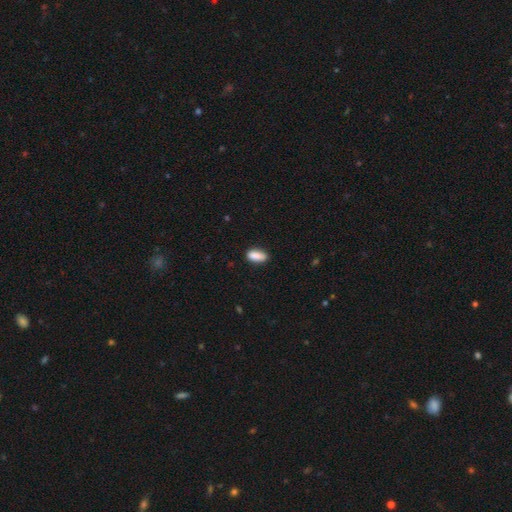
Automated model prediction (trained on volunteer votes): Smooth or featured: smooth — 88% (star or artifact — 7%)
How rounded: in between — 87% (cigar-shaped — 10%)
Merging: none — 79% (minor disturbance — 16%)